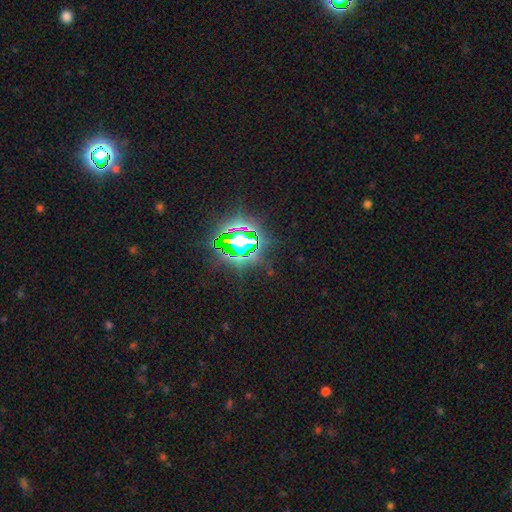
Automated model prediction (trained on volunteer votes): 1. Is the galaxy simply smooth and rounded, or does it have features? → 80% star or artifact, 12% smooth, 8% featured or disk.